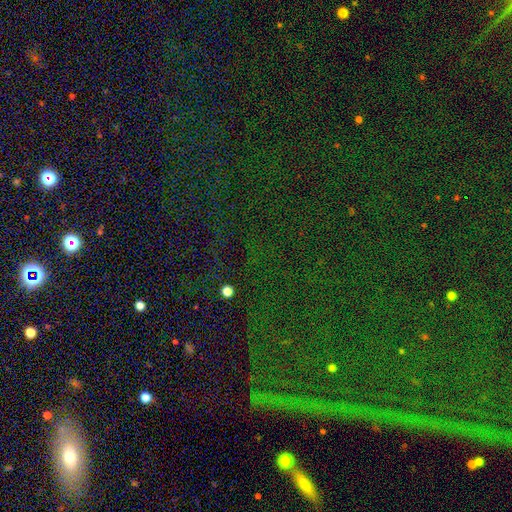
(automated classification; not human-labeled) A star or artifact, not a galaxy (81%).

Vote fractions:
- Smooth or featured? star or artifact: 81% / smooth: 10% / featured or disk: 9%